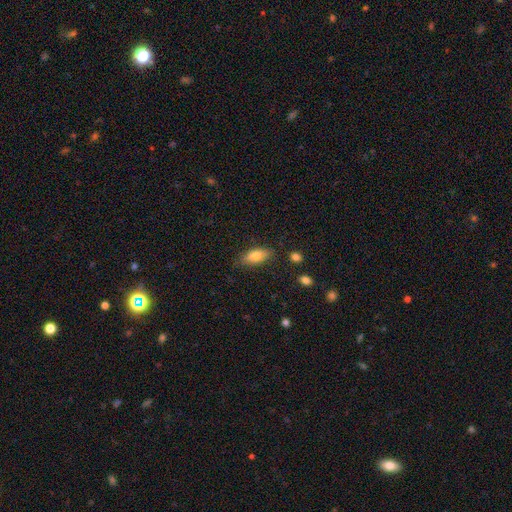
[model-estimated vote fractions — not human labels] This is likely a smooth galaxy (76%). How rounded: likely in between (80%). Merging: clearly none (80%).